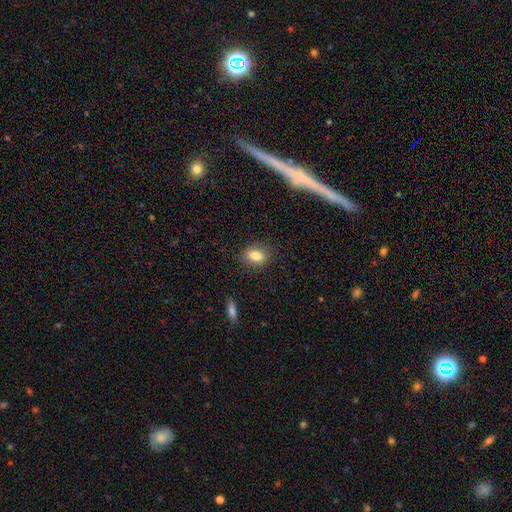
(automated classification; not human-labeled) Smooth or featured?
  - smooth: 82% *
  - star or artifact: 9%
  - featured or disk: 9%
How rounded?
  - in between: 74% *
  - round: 23%
  - cigar-shaped: 3%
Merging?
  - none: 85% *
  - minor disturbance: 11%
  - major disturbance: 3%
  - merger: 1%